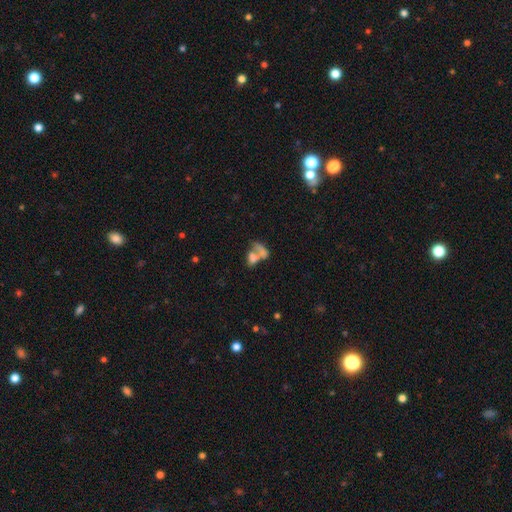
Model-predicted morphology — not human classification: Q: Smooth or featured?
A: smooth (61%); runner-up: featured or disk (27%)
Q: How rounded?
A: in between (80%); runner-up: round (17%)
Q: Merging?
A: merger (65%); runner-up: none (16%)